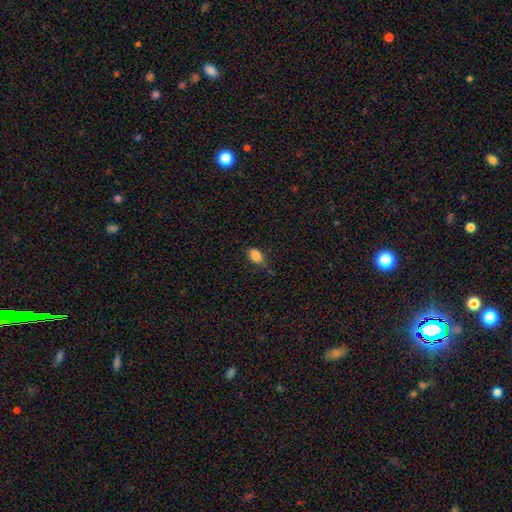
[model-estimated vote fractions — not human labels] smooth 85%, star or artifact 9%, featured or disk 5%. Down the decision tree: how rounded — in between (85%); merging — none (54%).